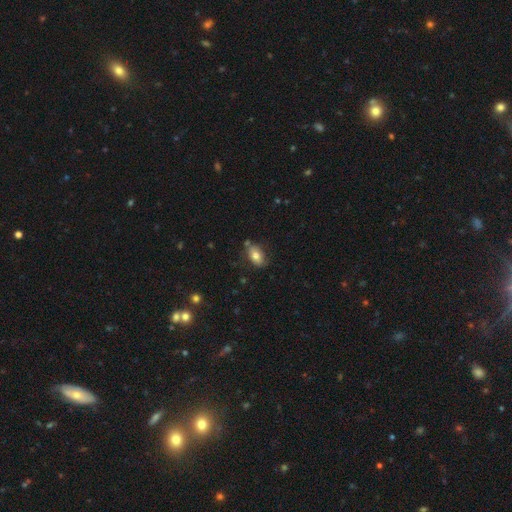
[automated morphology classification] Overall: smooth (73%). How rounded: in between (88%). Merging: none (69%).